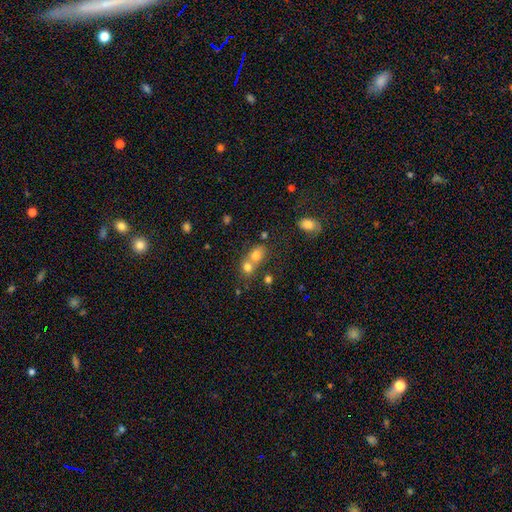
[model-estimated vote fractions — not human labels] Overall: smooth (73%). How rounded: round (57%; in between 42%). Merging: merger (60%; none 31%).